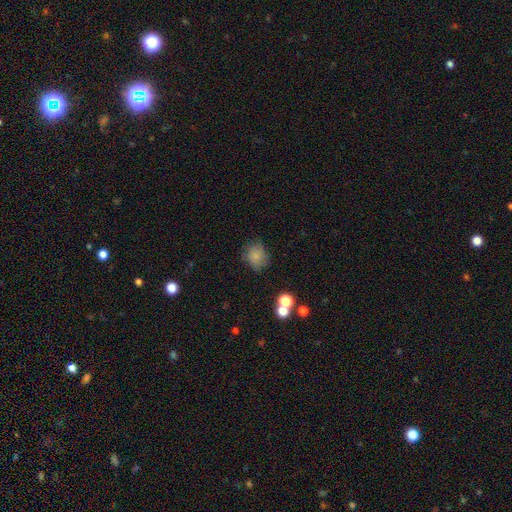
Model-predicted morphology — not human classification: Smooth or featured? Predicted: smooth (p=0.79). How rounded? Predicted: round (p=0.67). Merging? Predicted: none (p=0.69).